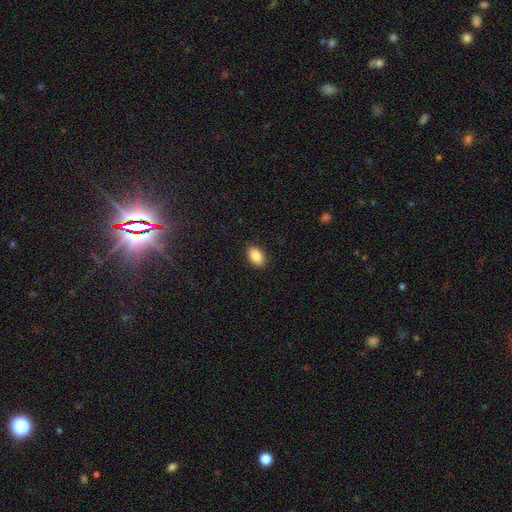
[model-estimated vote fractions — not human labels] Smooth or featured? smooth (87%)
How rounded? in between (92%)
Merging? none (89%)